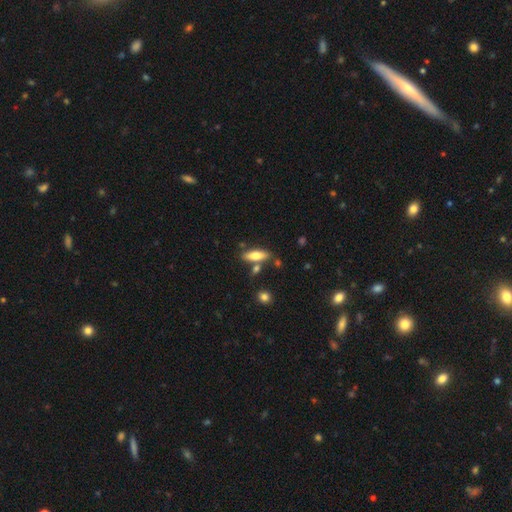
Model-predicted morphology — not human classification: smooth 68%, featured or disk 26%, star or artifact 6%. Down the decision tree: how rounded — cigar-shaped (50%); merging — none (74%).